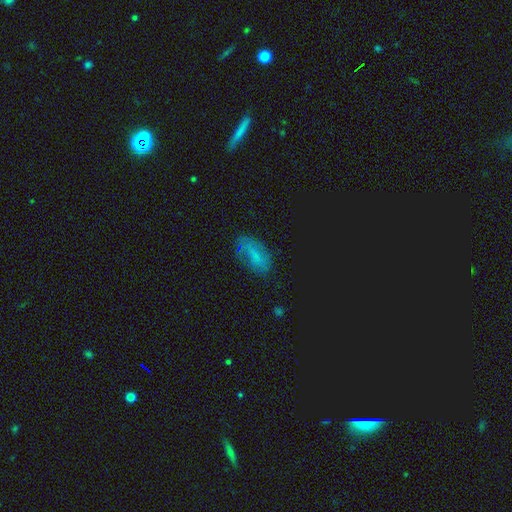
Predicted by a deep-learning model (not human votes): Morphology: type=smooth (59%); roundness=in between (86%); merging=none (63%).